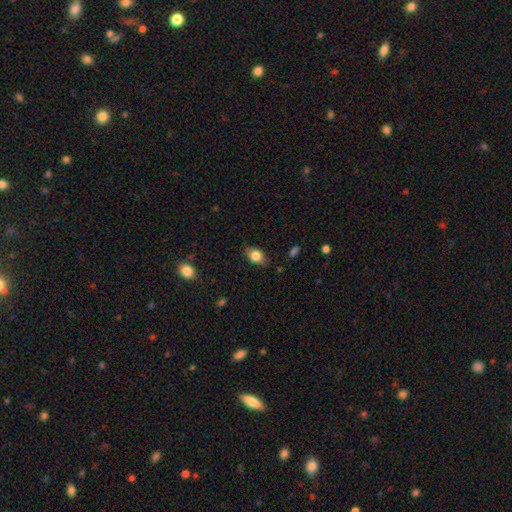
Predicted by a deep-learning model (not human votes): Q: Smooth or featured?
A: smooth (78%); runner-up: featured or disk (14%)
Q: How rounded?
A: in between (80%); runner-up: round (17%)
Q: Merging?
A: none (78%); runner-up: minor disturbance (17%)